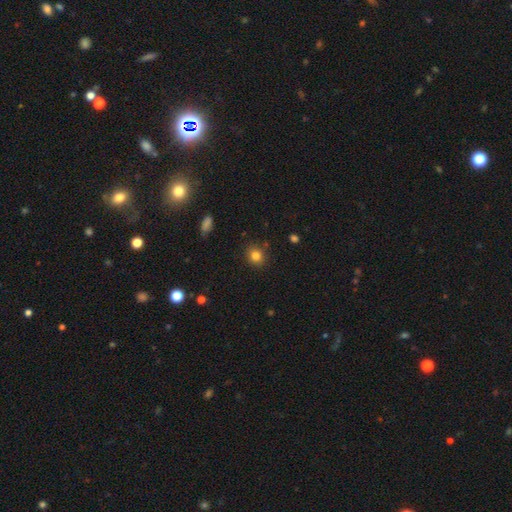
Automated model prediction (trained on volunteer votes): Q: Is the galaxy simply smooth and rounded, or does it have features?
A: smooth — 81%.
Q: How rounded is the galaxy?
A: round — 78%.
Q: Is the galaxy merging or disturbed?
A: none — 86%.